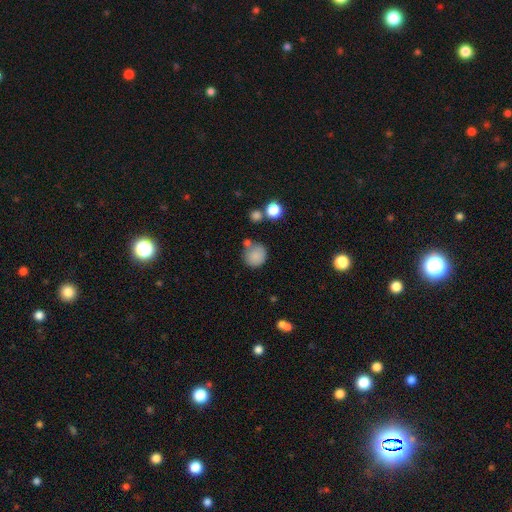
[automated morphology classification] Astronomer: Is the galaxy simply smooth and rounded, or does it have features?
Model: smooth — 83%.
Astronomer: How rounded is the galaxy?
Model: round — 86%.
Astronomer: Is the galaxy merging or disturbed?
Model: none — 64%.